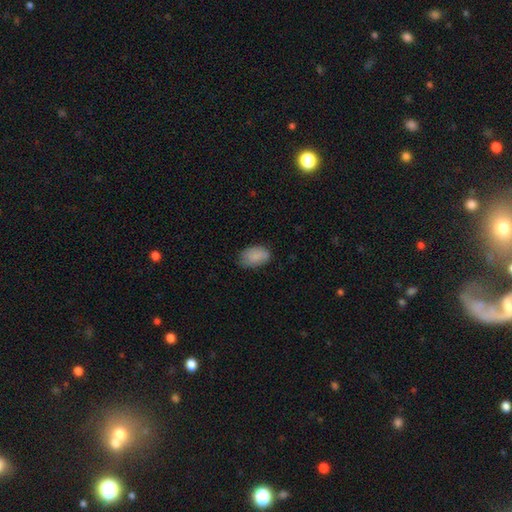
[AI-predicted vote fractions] Smooth or featured: smooth — 87% (star or artifact — 7%)
How rounded: in between — 90% (round — 8%)
Merging: none — 72% (minor disturbance — 22%)